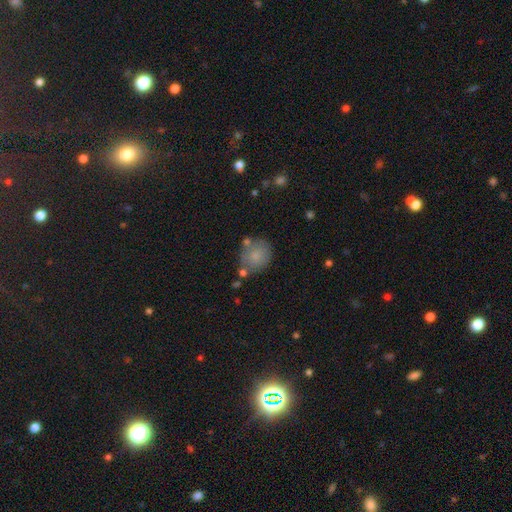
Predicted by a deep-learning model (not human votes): Smooth or featured? smooth (78%)
How rounded? round (72%)
Merging? none (62%)